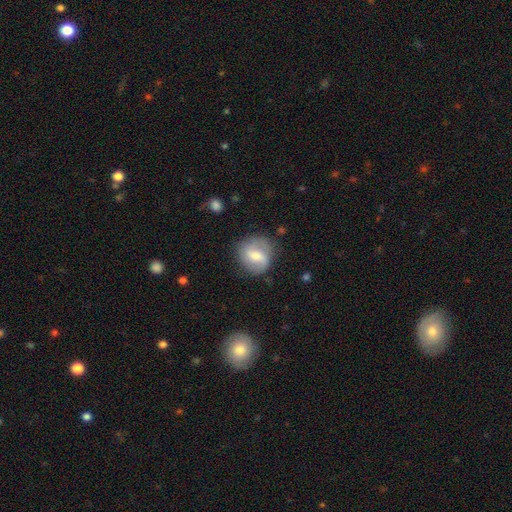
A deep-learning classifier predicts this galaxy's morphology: The model was most divided on "smooth or featured": featured or disk: 50%, smooth: 43%, star or artifact: 7%. More confident: edge-on disk — no (96%); merging — none (76%).